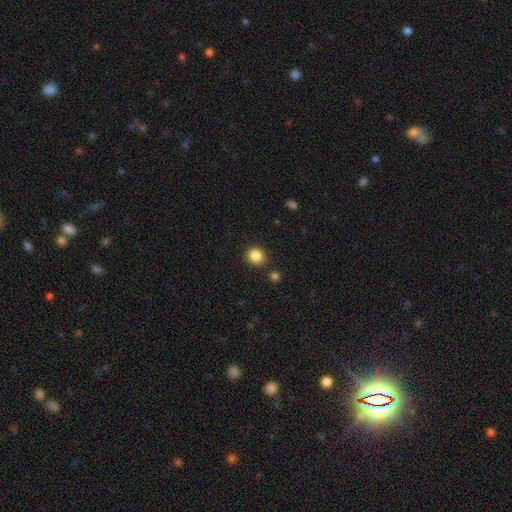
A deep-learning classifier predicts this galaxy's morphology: Smooth or featured? Predicted: smooth (p=0.85). How rounded? Predicted: round (p=0.85). Merging? Predicted: none (p=0.87).